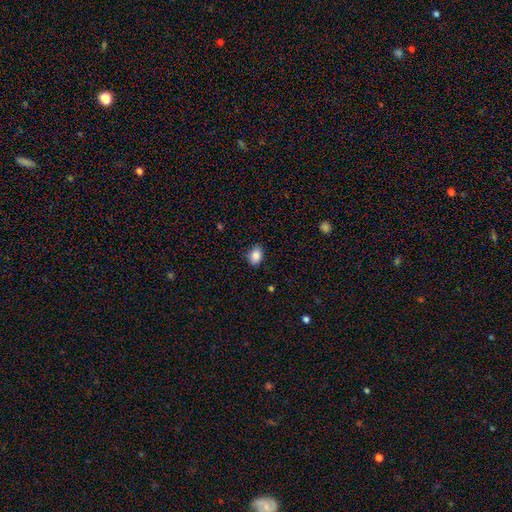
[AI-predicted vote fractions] The model was most divided on "how rounded": in between: 76%, round: 23%, cigar-shaped: 1%. More confident: smooth or featured — smooth (87%); merging — none (82%).